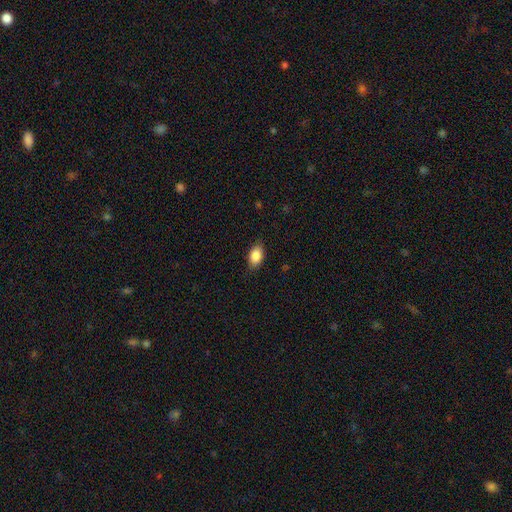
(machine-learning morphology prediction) smooth 87%, star or artifact 7%, featured or disk 5%. Down the decision tree: how rounded — in between (88%); merging — none (81%).